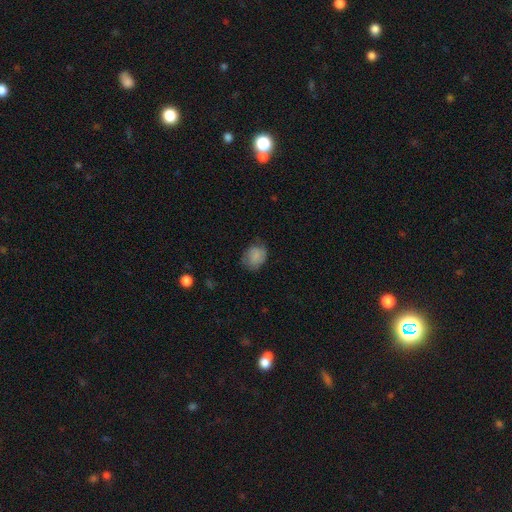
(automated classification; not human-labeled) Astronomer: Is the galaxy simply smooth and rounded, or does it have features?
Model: smooth — 76%.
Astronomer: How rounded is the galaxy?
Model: round — 53% (runner-up: in between, 47%).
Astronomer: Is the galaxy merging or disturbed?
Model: none — 62%.